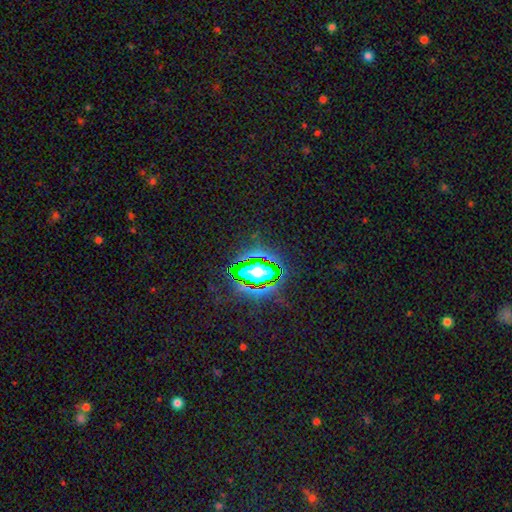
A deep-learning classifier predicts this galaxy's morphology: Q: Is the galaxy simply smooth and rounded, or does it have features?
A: star or artifact — 76%.